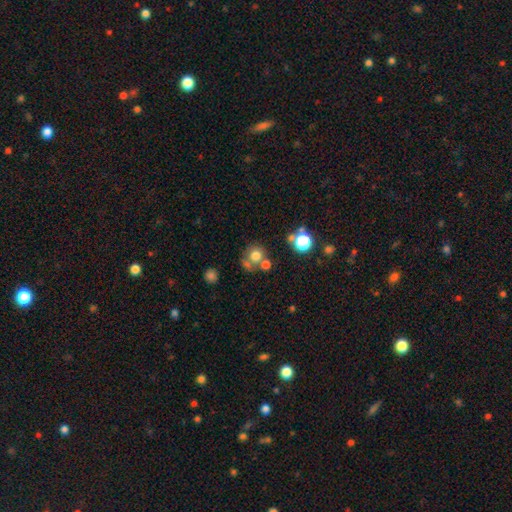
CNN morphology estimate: A smooth galaxy with no disk features (71%) that is round (87%). Merging: none (55%).